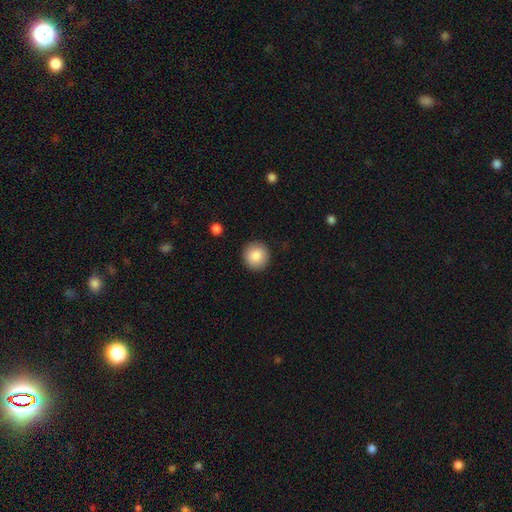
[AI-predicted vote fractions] This appears to be a smooth galaxy with no disk features (87%) that is round (95%). Merging: none (91%).